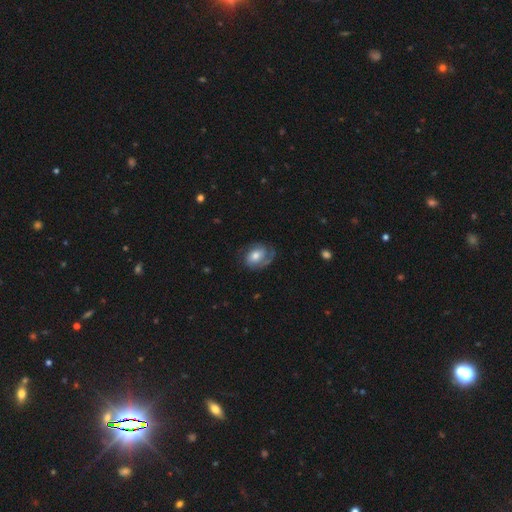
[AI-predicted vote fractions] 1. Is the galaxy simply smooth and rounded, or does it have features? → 61% featured or disk, 32% smooth, 7% star or artifact.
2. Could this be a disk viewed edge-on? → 96% no, 4% yes.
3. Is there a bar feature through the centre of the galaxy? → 61% no, 31% weak, 9% strong.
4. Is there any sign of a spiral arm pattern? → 87% yes, 13% no.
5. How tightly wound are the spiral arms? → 45% tight, 38% medium, 17% loose.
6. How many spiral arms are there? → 52% 2, 29% 1, 13% can't tell, 3% 3, 1% 4, 1% more than 4.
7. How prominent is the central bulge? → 59% moderate, 22% small, 15% large, 2% none, 2% dominant.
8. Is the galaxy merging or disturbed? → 64% none, 21% minor disturbance, 14% major disturbance, 1% merger.